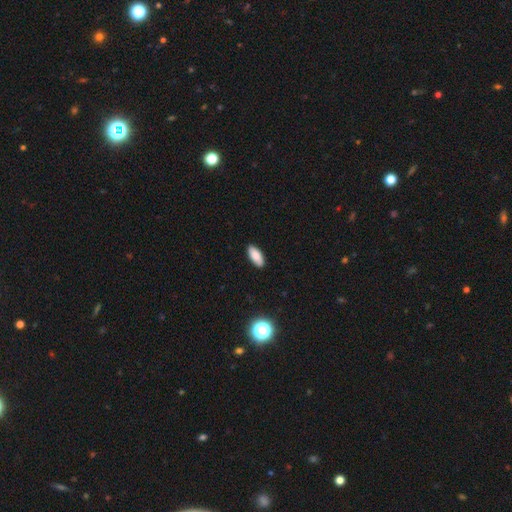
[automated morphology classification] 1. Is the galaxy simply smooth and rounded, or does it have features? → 85% smooth, 8% star or artifact, 7% featured or disk.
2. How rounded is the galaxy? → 86% in between, 12% cigar-shaped, 2% round.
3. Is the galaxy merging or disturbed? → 89% none, 8% minor disturbance, 2% major disturbance, 1% merger.